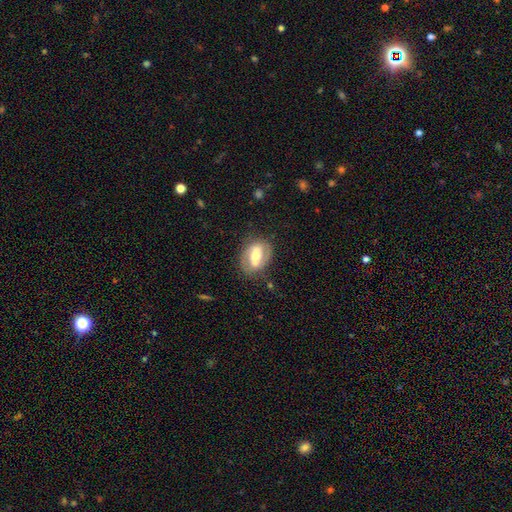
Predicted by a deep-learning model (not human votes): This is possibly a featured or disk galaxy (60%). It is clearly not viewed edge-on (88%). Bar: possibly strong (60%). Spiral arm pattern: possibly no (52%). Central bulge: likely moderate (63%). Merging: likely none (75%).